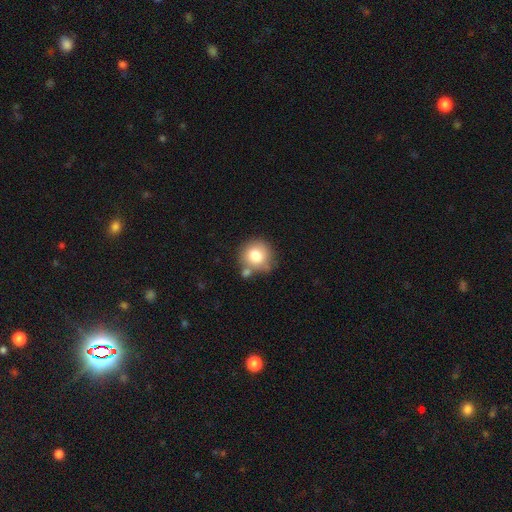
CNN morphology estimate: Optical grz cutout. It shows a smooth galaxy with no disk features (79%) that is round (90%). Merging: none (65%).